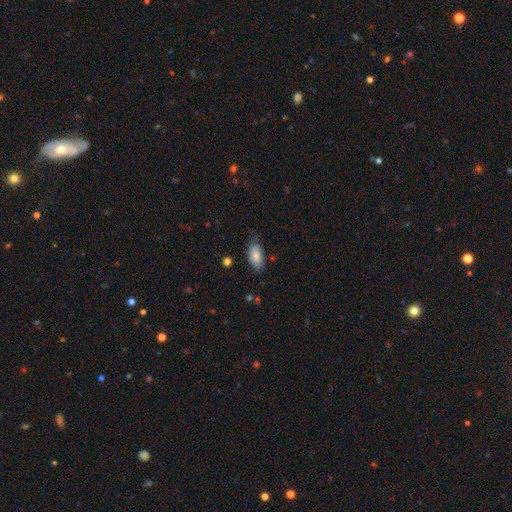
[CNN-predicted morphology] Overall: smooth (83%). How rounded: in between (91%). Merging: none (66%).